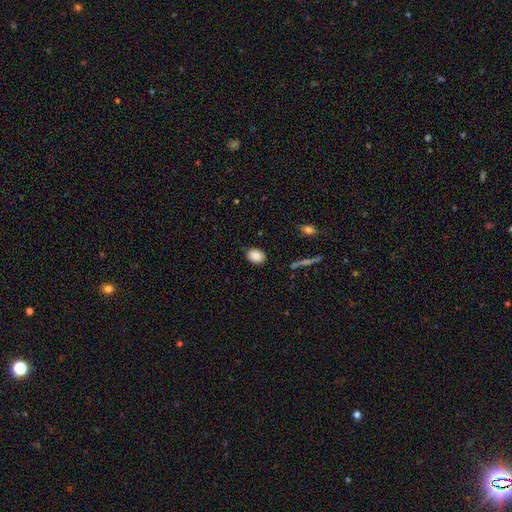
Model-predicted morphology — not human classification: Q: Smooth or featured?
A: smooth (88%); runner-up: star or artifact (8%)
Q: How rounded?
A: in between (72%); runner-up: round (27%)
Q: Merging?
A: none (85%); runner-up: minor disturbance (11%)